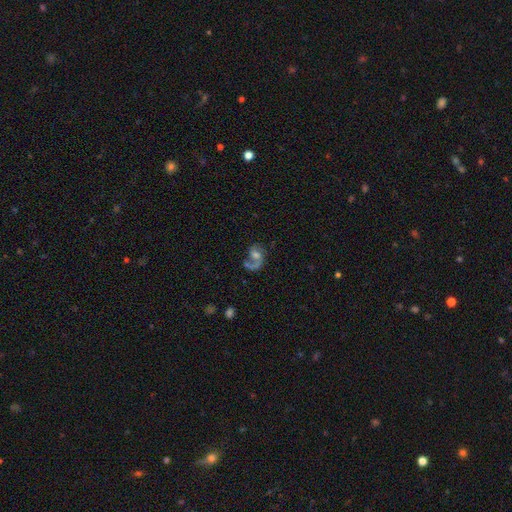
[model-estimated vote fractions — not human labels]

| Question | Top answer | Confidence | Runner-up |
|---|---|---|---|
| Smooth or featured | featured or disk | 69% | smooth (19%) |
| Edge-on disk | no | 97% | yes (3%) |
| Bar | no | 70% | weak (24%) |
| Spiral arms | yes | 83% | no (17%) |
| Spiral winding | loose | 49% | medium (36%) |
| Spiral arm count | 1 | 72% | 2 (21%) |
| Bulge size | moderate | 47% | small (26%) |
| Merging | none | 39% | major disturbance (31%) |